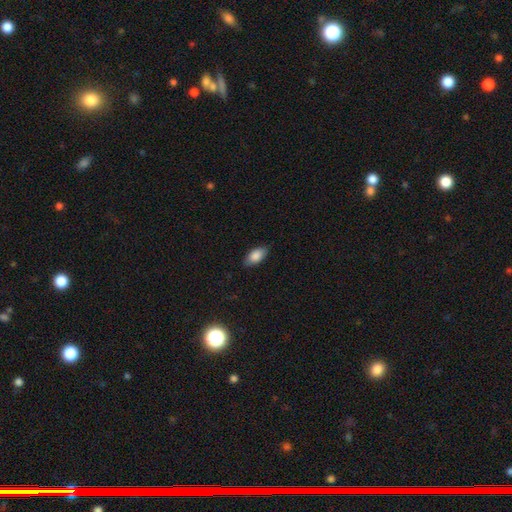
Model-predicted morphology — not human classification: This appears to be a smooth galaxy with no disk features (85%) that is in between round and cigar-shaped (91%). Merging: none (84%).